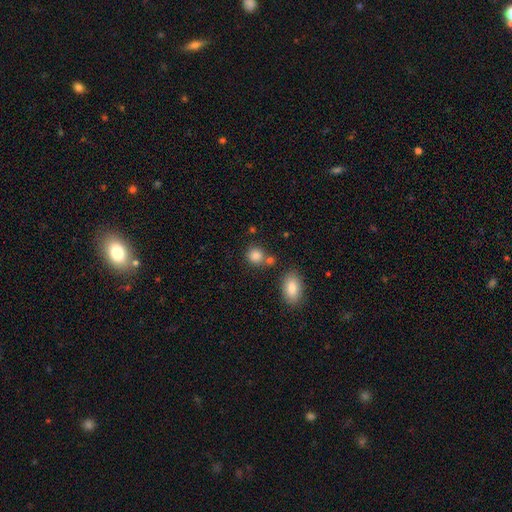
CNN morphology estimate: This appears to be a smooth galaxy with no disk features (85%) that is round (81%). Merging: none (67%).